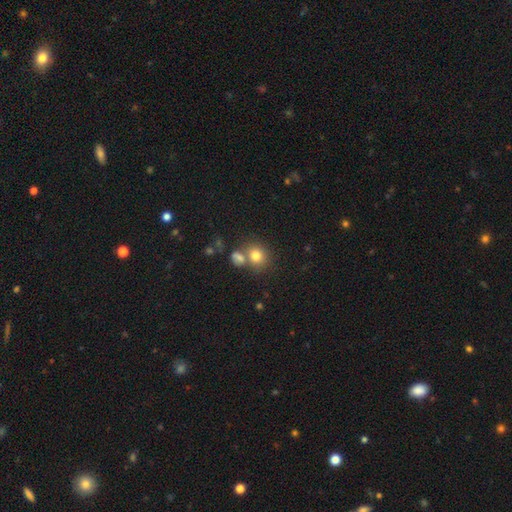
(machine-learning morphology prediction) smooth 78%, star or artifact 12%, featured or disk 10%. Down the decision tree: how rounded — round (74%); merging — none (57%).